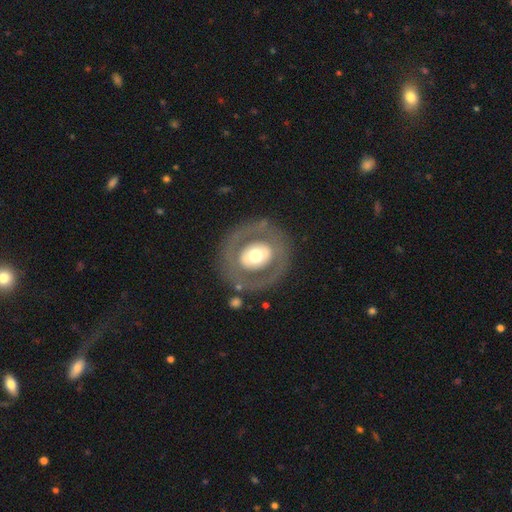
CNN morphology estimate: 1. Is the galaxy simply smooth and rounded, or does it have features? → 55% featured or disk, 39% smooth, 6% star or artifact.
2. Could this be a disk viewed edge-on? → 94% no, 6% yes.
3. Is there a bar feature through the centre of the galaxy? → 71% no, 17% weak, 13% strong.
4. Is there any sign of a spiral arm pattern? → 87% no, 13% yes.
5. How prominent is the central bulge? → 55% moderate, 34% large, 6% small, 4% dominant, 1% none.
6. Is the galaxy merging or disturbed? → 80% none, 10% minor disturbance, 8% major disturbance, 2% merger.